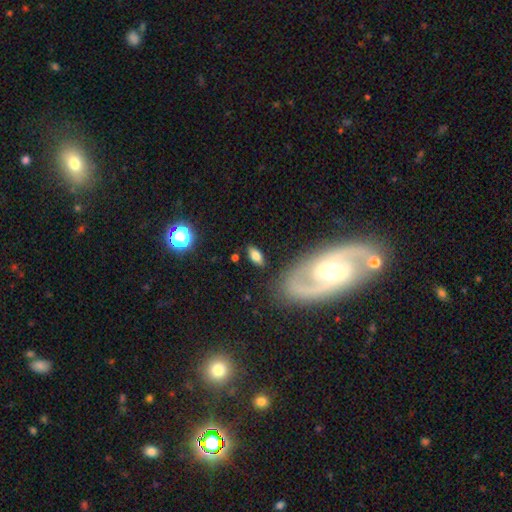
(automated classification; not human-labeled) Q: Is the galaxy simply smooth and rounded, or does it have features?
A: smooth — 70%.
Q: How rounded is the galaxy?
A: in between — 85%.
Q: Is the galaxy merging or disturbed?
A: none — 81%.